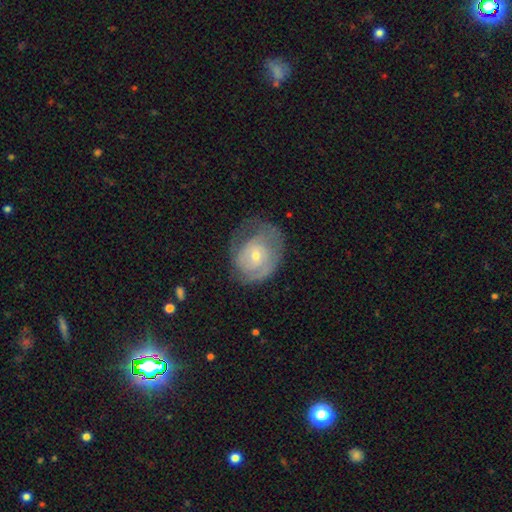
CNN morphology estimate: Smooth or featured? Predicted: featured or disk (p=0.67). Edge-on disk? Predicted: no (p=0.97). Bar? Predicted: no (p=0.73). Spiral arms? Predicted: yes (p=0.78). Spiral winding? Predicted: tight (p=0.61). Spiral arm count? Predicted: can't tell (p=0.38). Bulge size? Predicted: small (p=0.59). Merging? Predicted: none (p=0.50).